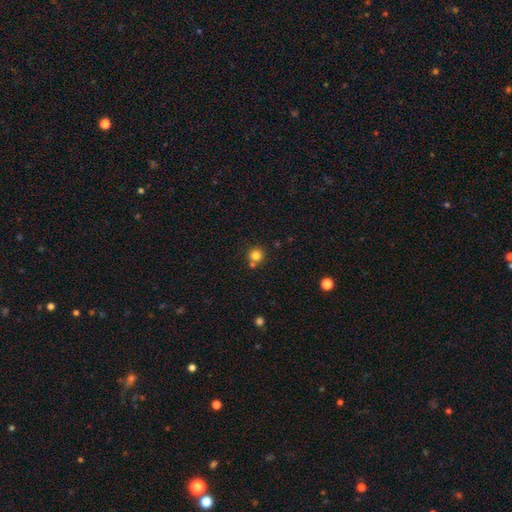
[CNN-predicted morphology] type=smooth (81%); roundness=round (93%); merging=none (73%).